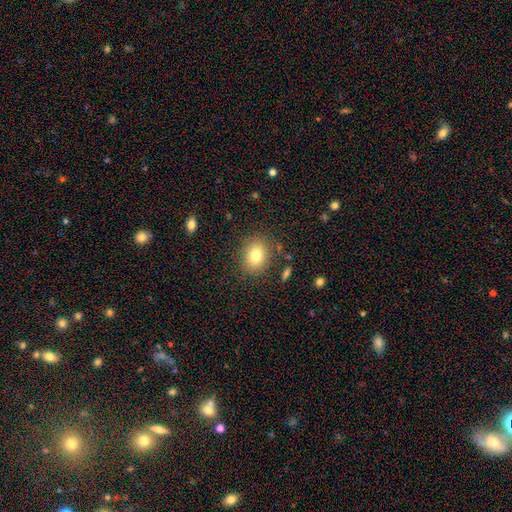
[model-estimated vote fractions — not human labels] smooth 78%, star or artifact 11%, featured or disk 11%. Down the decision tree: how rounded — round (54%); merging — none (85%).